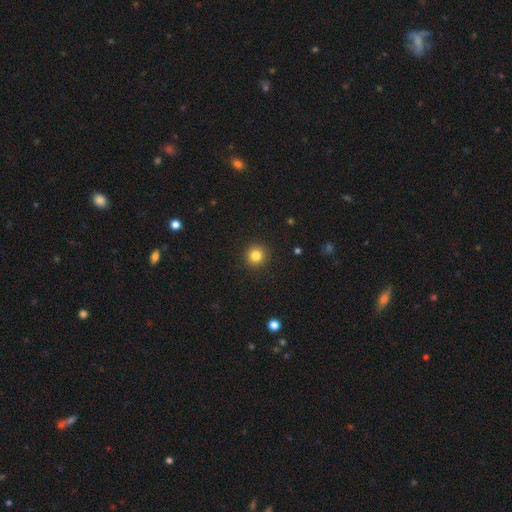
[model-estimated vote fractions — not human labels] Smooth or featured: smooth — 83% (star or artifact — 12%)
How rounded: round — 94% (in between — 5%)
Merging: none — 92% (minor disturbance — 5%)